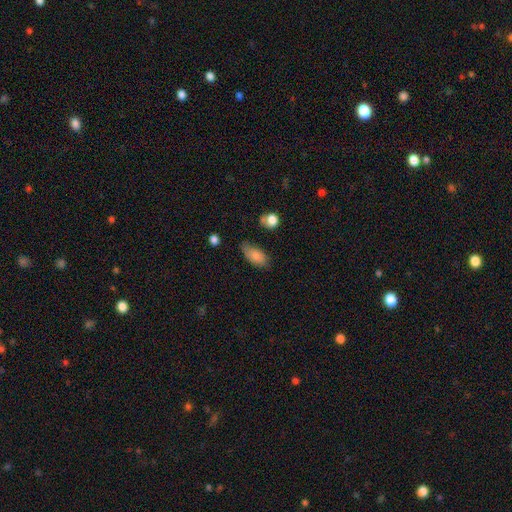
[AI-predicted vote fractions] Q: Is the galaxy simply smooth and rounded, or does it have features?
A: smooth — 78%.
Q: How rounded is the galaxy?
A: in between — 91%.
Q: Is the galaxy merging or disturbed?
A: none — 58%.